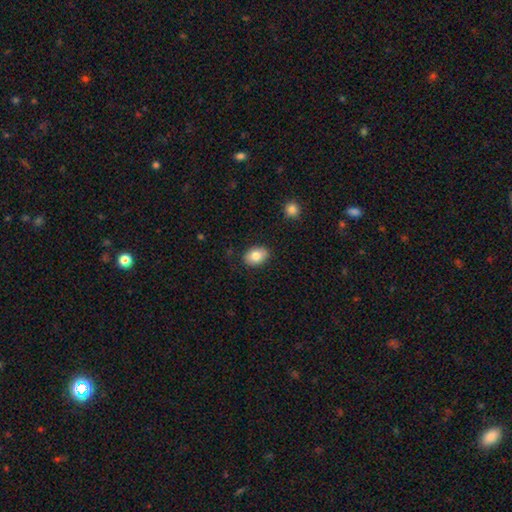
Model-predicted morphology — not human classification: Smooth or featured: smooth — 82% (featured or disk — 11%)
How rounded: in between — 80% (round — 19%)
Merging: none — 87% (minor disturbance — 10%)